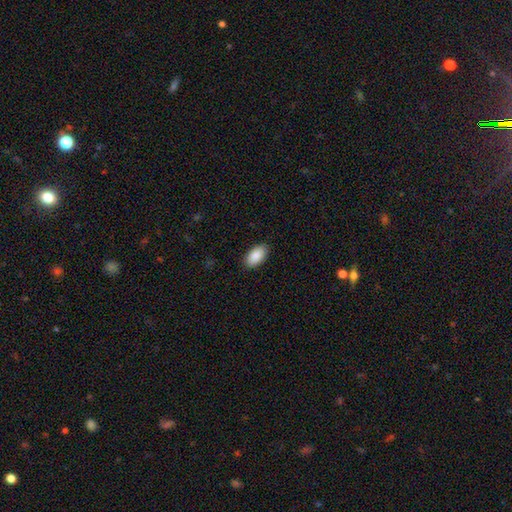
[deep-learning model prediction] This is clearly a smooth galaxy (90%). How rounded: clearly in between (95%). Merging: clearly none (89%).